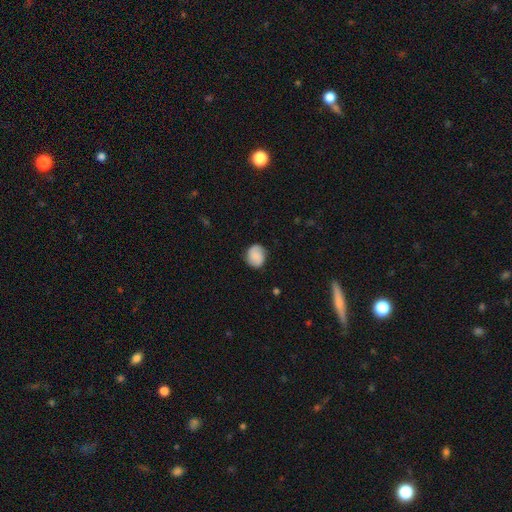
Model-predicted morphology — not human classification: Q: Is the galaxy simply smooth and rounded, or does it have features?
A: smooth — 78%.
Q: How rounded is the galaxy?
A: round — 70%.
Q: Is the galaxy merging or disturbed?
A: none — 81%.